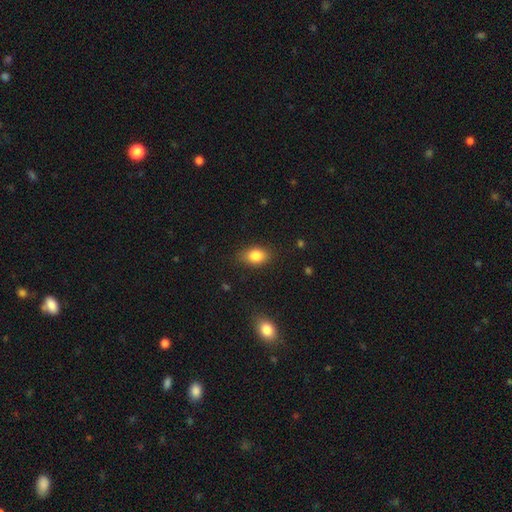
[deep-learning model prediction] Morphology: type=smooth (84%); roundness=in between (77%); merging=none (81%).